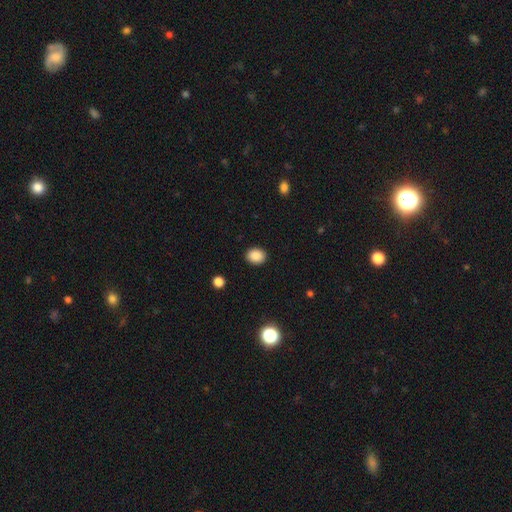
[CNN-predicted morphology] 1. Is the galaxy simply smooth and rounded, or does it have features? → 88% smooth, 9% star or artifact, 3% featured or disk.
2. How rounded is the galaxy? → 55% round, 44% in between, 1% cigar-shaped.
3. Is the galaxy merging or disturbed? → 90% none, 7% minor disturbance, 2% major disturbance, 1% merger.